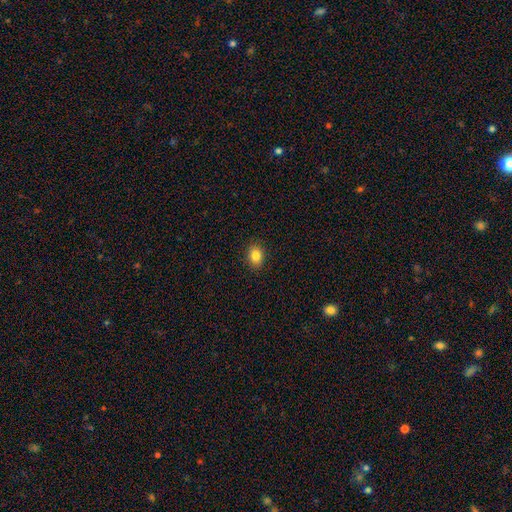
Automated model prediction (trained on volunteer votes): smooth-or-featured: smooth: 84% | star or artifact: 10% | featured or disk: 6%
  how-rounded: in between: 64% | round: 35% | cigar-shaped: 1%
  merging: none: 90% | minor disturbance: 7% | major disturbance: 2% | merger: 1%